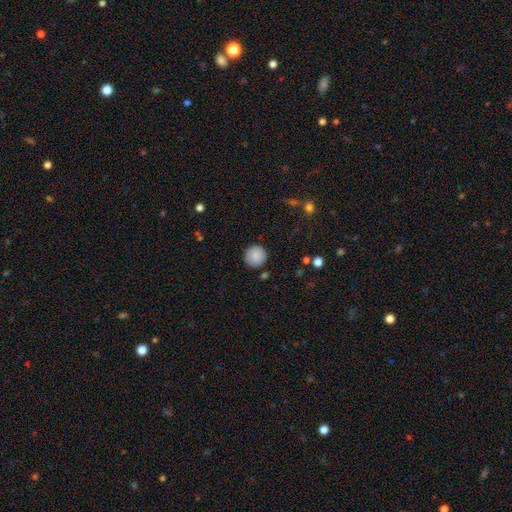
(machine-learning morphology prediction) smooth_or_featured: smooth (p=0.88) [alt: star or artifact p=0.08]
how_rounded: round (p=0.95) [alt: in between p=0.04]
merging: none (p=0.89) [alt: minor disturbance p=0.08]